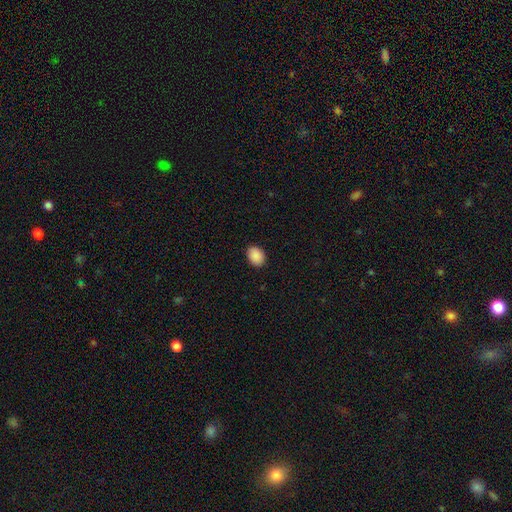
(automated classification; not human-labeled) Smooth or featured? smooth (90%)
How rounded? in between (66%)
Merging? none (89%)